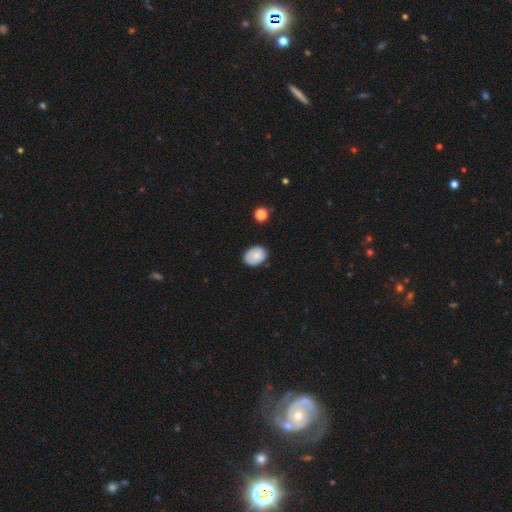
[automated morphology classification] smooth_or_featured: smooth (p=0.75) [alt: featured or disk p=0.17]
how_rounded: in between (p=0.71) [alt: round p=0.28]
merging: none (p=0.75) [alt: minor disturbance p=0.19]